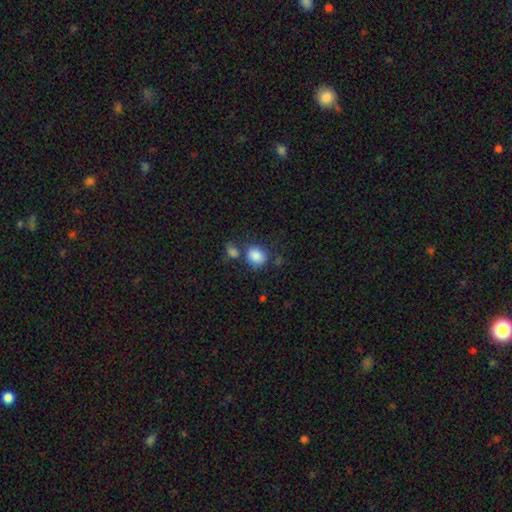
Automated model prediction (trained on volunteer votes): This is clearly a smooth galaxy (86%). How rounded: possibly round (59%). Merging: possibly none (59%).